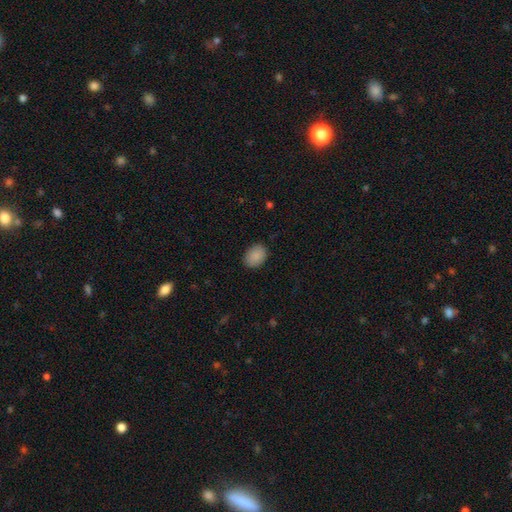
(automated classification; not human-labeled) This appears to be a smooth galaxy with no disk features (89%) that is in between round and cigar-shaped (69%). Merging: none (87%).